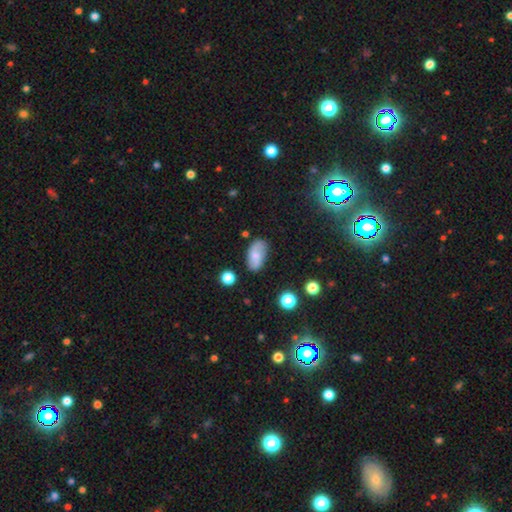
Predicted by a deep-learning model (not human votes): Overall: smooth (64%; featured or disk 27%). How rounded: in between (91%). Merging: none (72%).